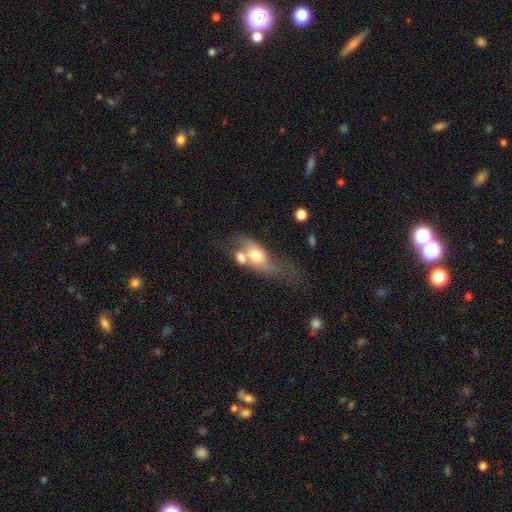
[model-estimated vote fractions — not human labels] Q: Smooth or featured?
A: smooth (49%); runner-up: featured or disk (43%)
Q: Merging?
A: merger (51%); runner-up: none (19%)